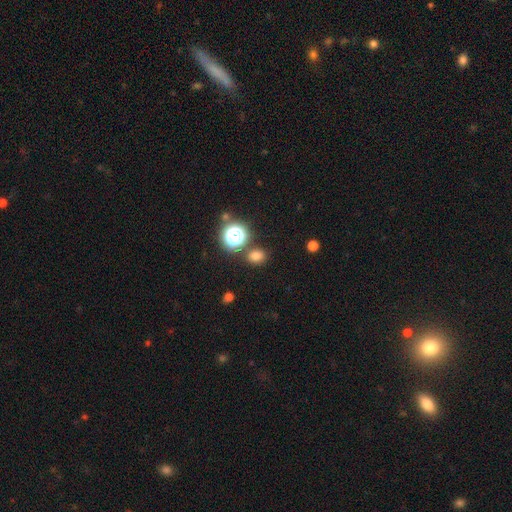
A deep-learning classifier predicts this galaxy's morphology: This is likely a smooth galaxy (73%). How rounded: possibly round (58%). Merging: clearly none (82%).